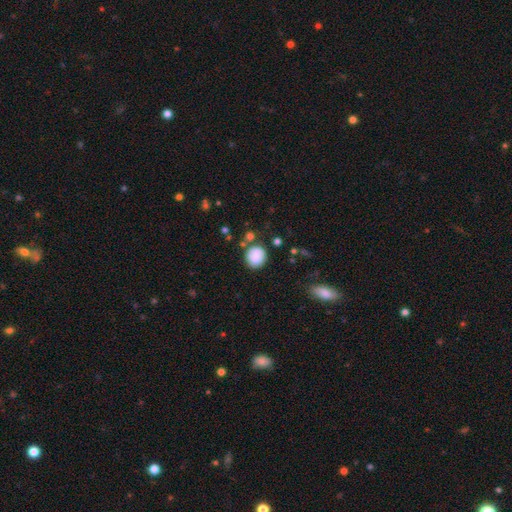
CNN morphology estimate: Q: Smooth or featured?
A: smooth (86%); runner-up: star or artifact (9%)
Q: How rounded?
A: round (81%); runner-up: in between (18%)
Q: Merging?
A: none (74%); runner-up: minor disturbance (14%)